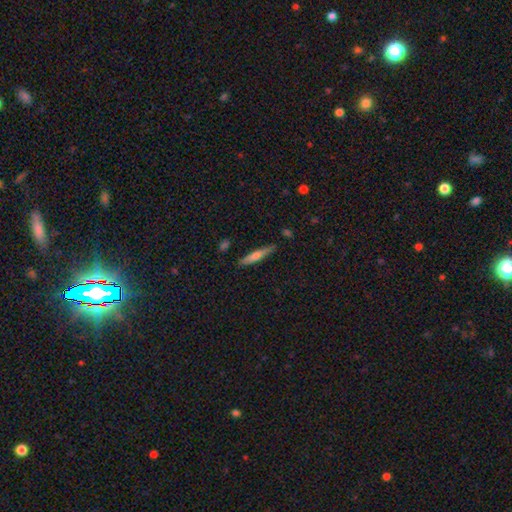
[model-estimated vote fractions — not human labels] Smooth or featured? Predicted: smooth (p=0.52). How rounded? Predicted: cigar-shaped (p=0.90). Merging? Predicted: none (p=0.86).